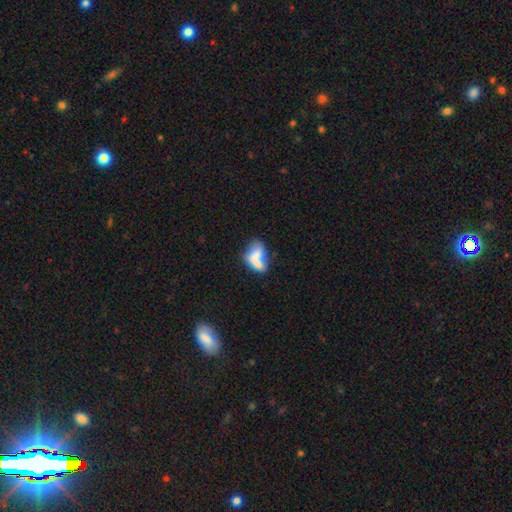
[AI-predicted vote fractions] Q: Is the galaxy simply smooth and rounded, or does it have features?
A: smooth — 60%.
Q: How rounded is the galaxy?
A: in between — 83%.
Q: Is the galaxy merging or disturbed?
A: merger — 35%.